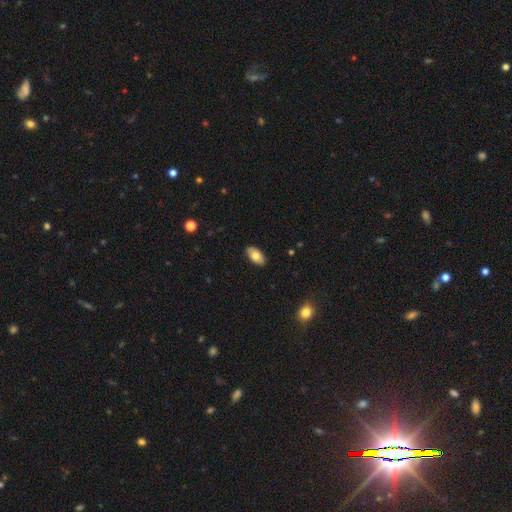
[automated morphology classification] A smooth galaxy with no disk features (76%) that is in between round and cigar-shaped (94%). Merging: none (89%).